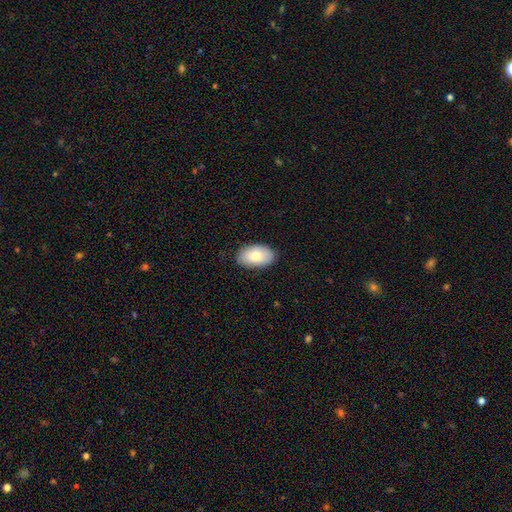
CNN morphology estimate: A smooth galaxy with no disk features (80%) that is in between round and cigar-shaped (94%). Merging: none (86%).